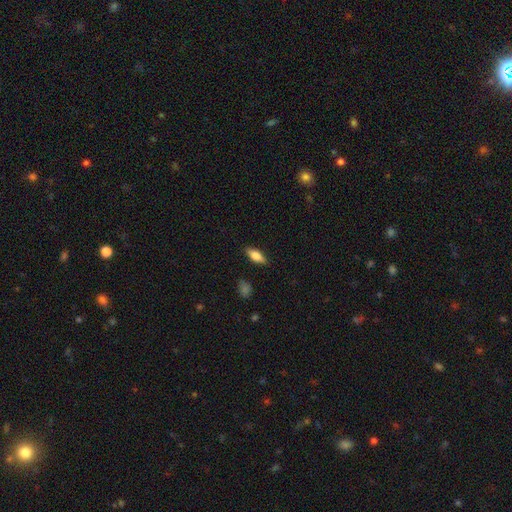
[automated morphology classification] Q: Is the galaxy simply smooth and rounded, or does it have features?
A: smooth — 70%.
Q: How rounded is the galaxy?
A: in between — 71%.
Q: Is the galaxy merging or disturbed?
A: none — 87%.